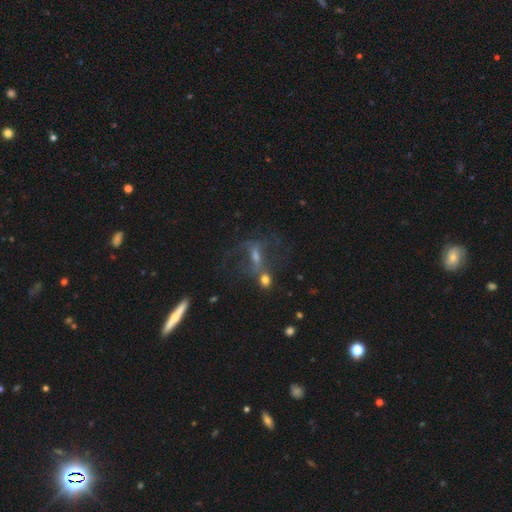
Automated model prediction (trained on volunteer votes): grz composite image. It shows a featured or disk galaxy (55%). Merging: none (44%).